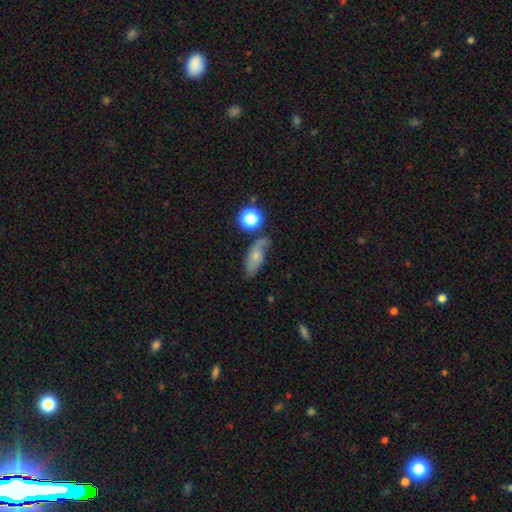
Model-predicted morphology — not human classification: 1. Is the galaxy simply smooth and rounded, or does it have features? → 54% smooth, 36% featured or disk, 10% star or artifact.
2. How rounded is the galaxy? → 73% in between, 18% cigar-shaped, 9% round.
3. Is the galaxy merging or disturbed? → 47% none, 31% minor disturbance, 14% major disturbance, 8% merger.